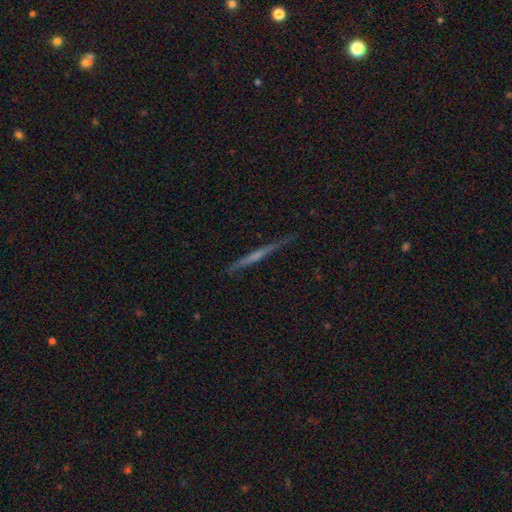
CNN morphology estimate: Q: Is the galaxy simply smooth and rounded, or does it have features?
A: featured or disk — 64%.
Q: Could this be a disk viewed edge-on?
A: yes — 97%.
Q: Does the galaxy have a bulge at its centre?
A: none — 65%.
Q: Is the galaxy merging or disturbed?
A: none — 85%.